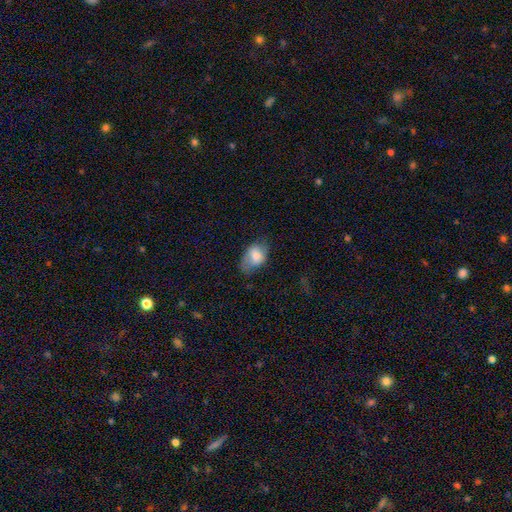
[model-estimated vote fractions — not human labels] This appears to be a smooth galaxy with no disk features (74%) that is in between round and cigar-shaped (86%). Merging: none (51%).